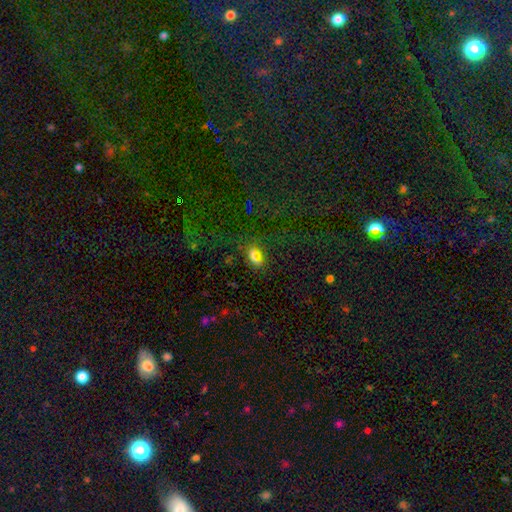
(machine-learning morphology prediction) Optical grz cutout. It shows a smooth galaxy with no disk features (57%) that is in between round and cigar-shaped (67%). Merging: none (72%).